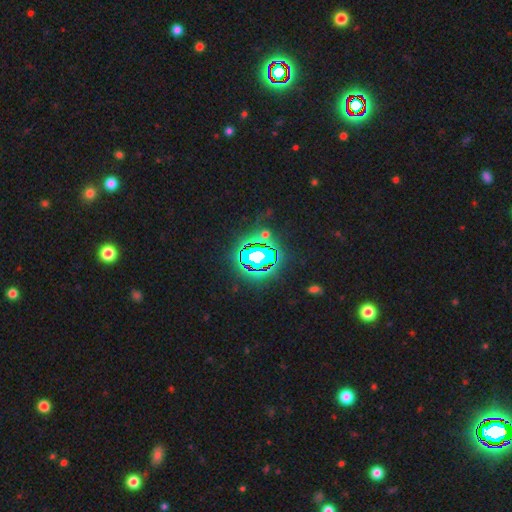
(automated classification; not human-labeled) star or artifact 75%, smooth 14%, featured or disk 11%.